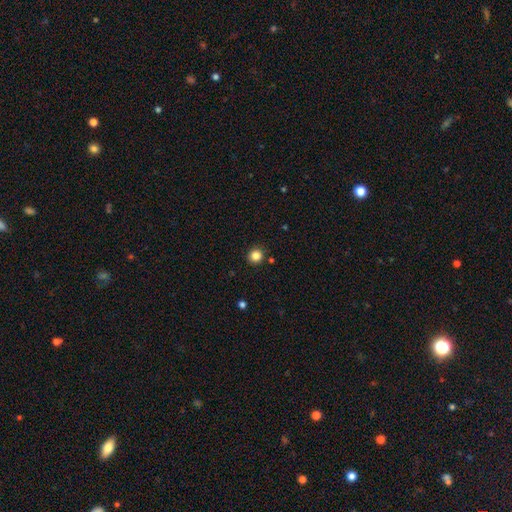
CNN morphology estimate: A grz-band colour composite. It shows a smooth galaxy with no disk features (84%) that is round (91%). Merging: none (90%).